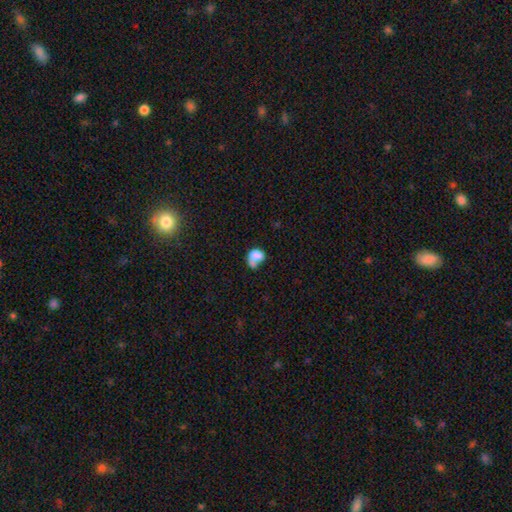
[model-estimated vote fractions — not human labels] This appears to be a smooth galaxy with no disk features (68%) that is in between round and cigar-shaped (65%). Merging: merger (34%).